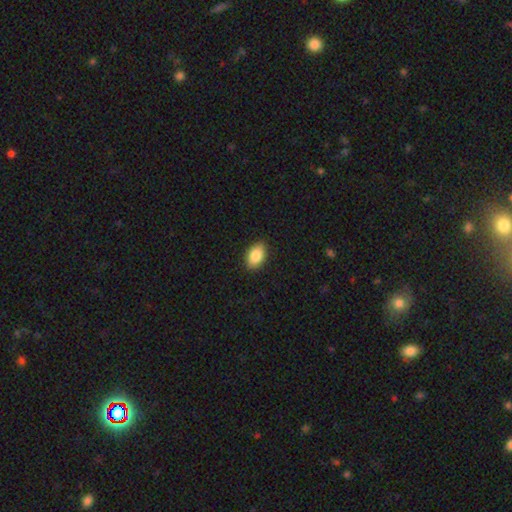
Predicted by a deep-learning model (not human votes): A smooth galaxy with no disk features (87%) that is in between round and cigar-shaped (89%). Merging: none (89%).